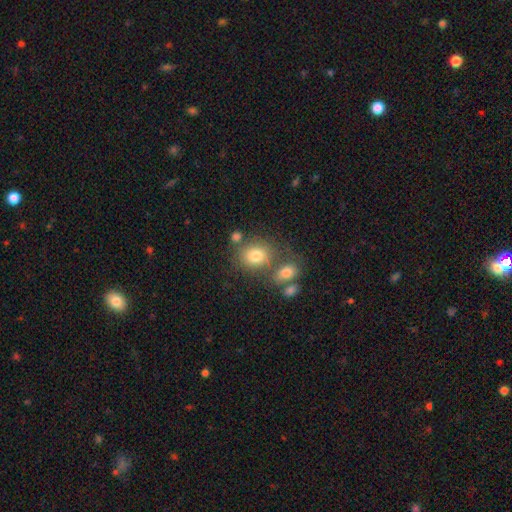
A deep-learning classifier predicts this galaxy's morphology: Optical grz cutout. It shows a smooth galaxy with no disk features (78%) that is round (60%). Merging: none (60%).